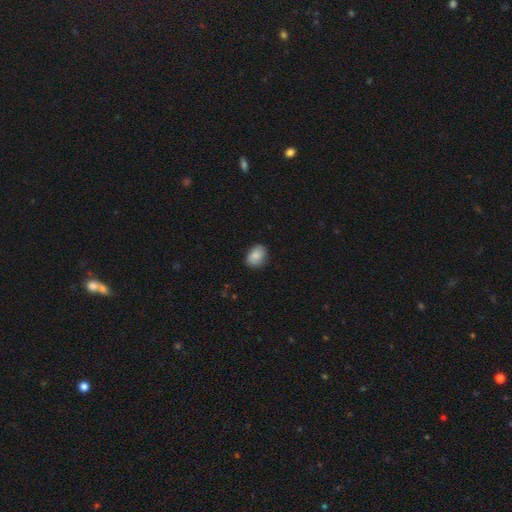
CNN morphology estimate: Smooth or featured: smooth — 85% (featured or disk — 8%)
How rounded: in between — 77% (round — 22%)
Merging: none — 81% (minor disturbance — 16%)